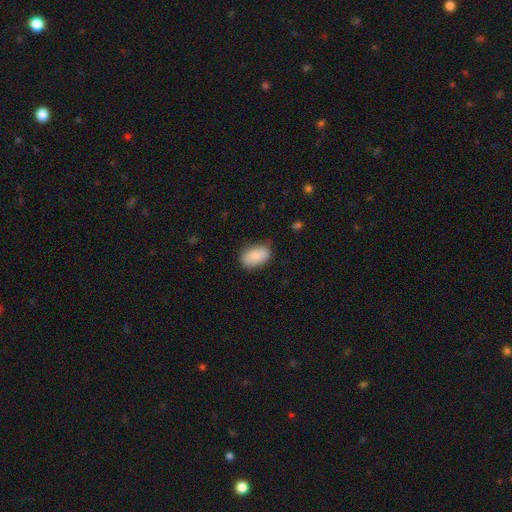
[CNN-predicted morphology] smooth 84%, featured or disk 10%, star or artifact 6%. Down the decision tree: how rounded — in between (92%); merging — none (70%).